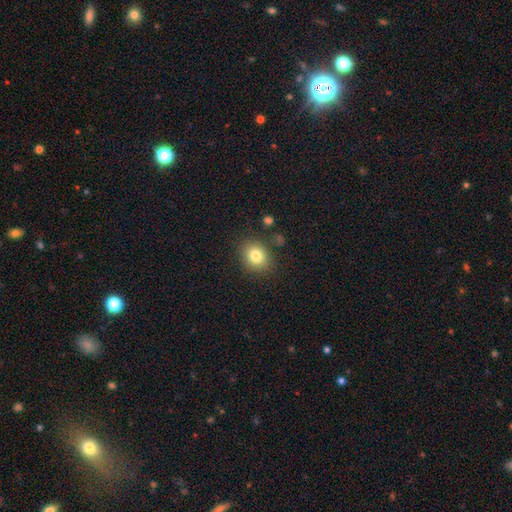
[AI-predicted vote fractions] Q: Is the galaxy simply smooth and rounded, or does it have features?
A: smooth — 81%.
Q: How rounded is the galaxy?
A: round — 56%.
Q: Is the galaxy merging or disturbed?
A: none — 83%.